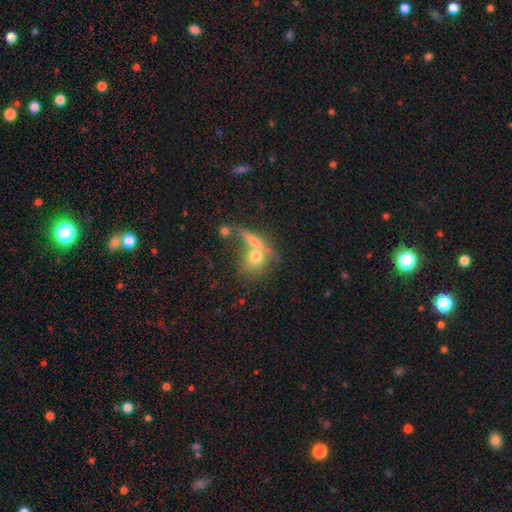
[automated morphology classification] Overall: smooth (54%; featured or disk 28%). How rounded: round (58%; in between 32%). Merging: merger (46%; none 36%).